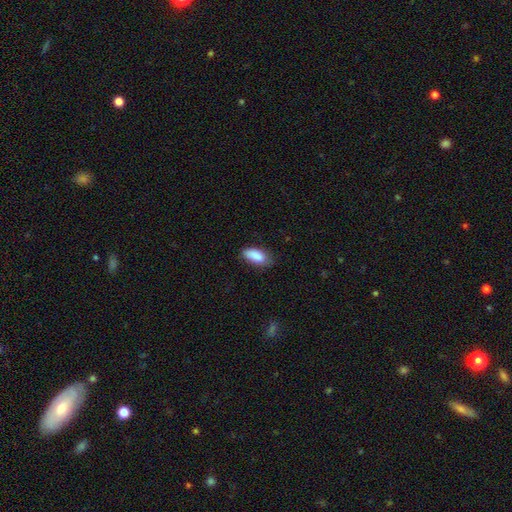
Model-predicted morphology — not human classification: Smooth or featured? Predicted: smooth (p=0.88). How rounded? Predicted: in between (p=0.88). Merging? Predicted: none (p=0.72).